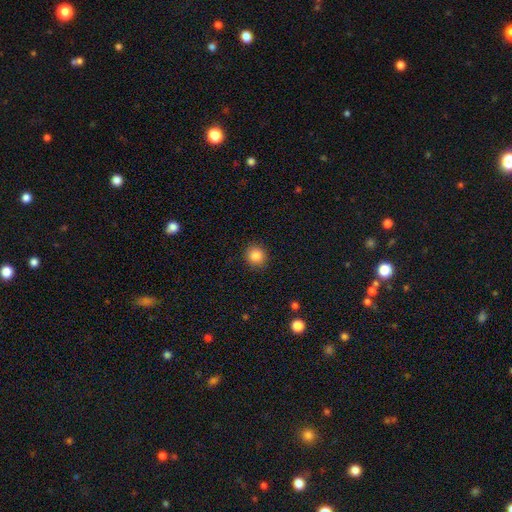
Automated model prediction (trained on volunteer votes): Smooth or featured? smooth (86%)
How rounded? round (90%)
Merging? none (91%)